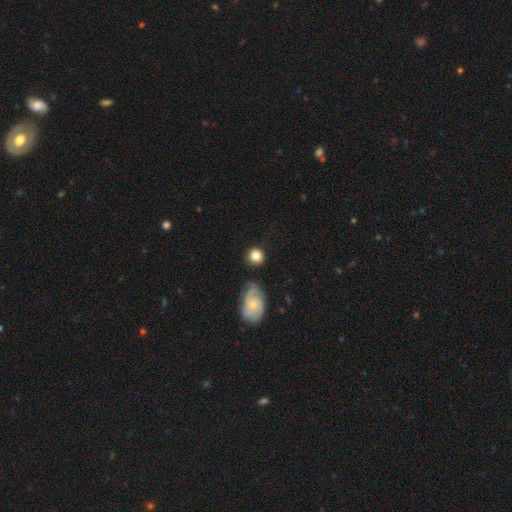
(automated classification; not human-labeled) Smooth or featured?
  - smooth: 78% *
  - featured or disk: 13%
  - star or artifact: 9%
How rounded?
  - round: 87% *
  - in between: 12%
  - cigar-shaped: 1%
Merging?
  - none: 78% *
  - minor disturbance: 13%
  - merger: 5%
  - major disturbance: 4%